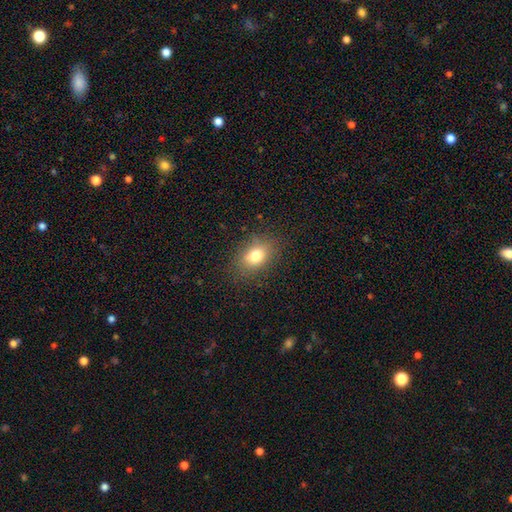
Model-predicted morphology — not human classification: smooth_or_featured: smooth (p=0.77) [alt: star or artifact p=0.12]
how_rounded: in between (p=0.71) [alt: round p=0.27]
merging: none (p=0.84) [alt: minor disturbance p=0.11]